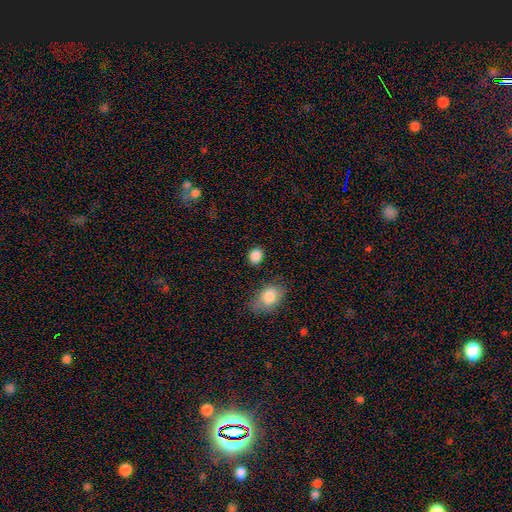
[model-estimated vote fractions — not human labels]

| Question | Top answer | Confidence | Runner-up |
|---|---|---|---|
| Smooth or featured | smooth | 88% | star or artifact (9%) |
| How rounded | round | 56% | in between (43%) |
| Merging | none | 85% | minor disturbance (9%) |